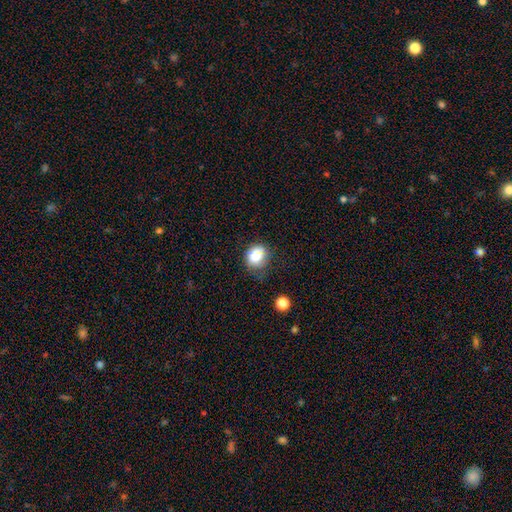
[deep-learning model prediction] smooth_or_featured: smooth (p=0.79) [alt: featured or disk p=0.11]
how_rounded: round (p=0.65) [alt: in between p=0.34]
merging: none (p=0.50) [alt: minor disturbance p=0.34]